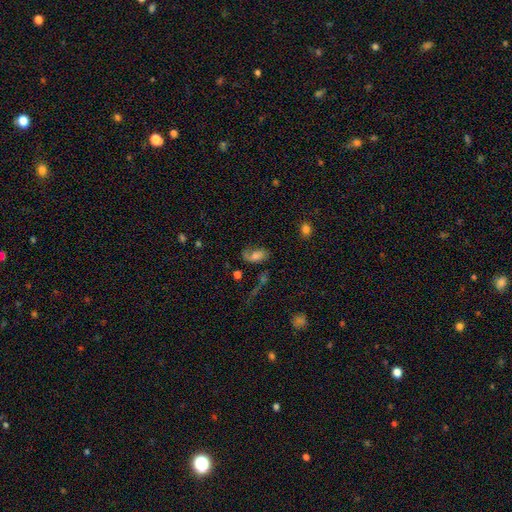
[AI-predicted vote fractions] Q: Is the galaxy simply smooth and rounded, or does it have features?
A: smooth — 49%.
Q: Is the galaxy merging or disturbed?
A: none — 44%.